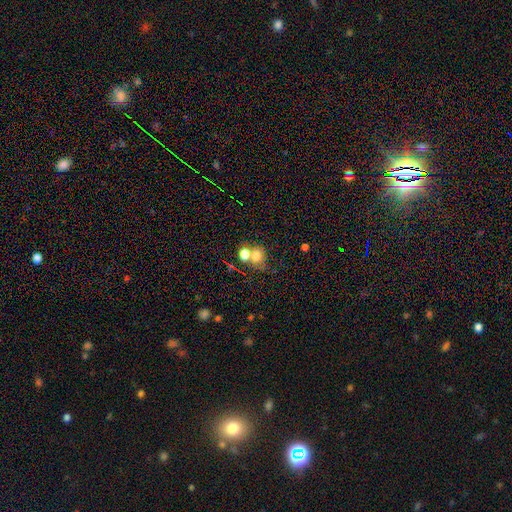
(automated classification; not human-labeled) This appears to be a smooth galaxy with no disk features (71%) that is round (64%). Merging: merger (43%).